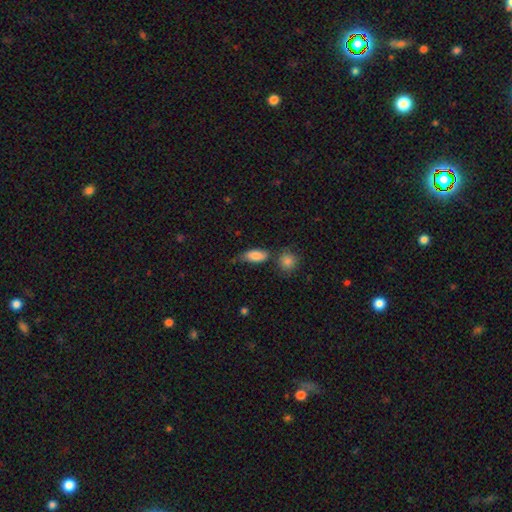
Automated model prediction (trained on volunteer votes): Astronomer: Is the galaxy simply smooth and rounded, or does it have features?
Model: smooth — 83%.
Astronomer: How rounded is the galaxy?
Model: in between — 82%.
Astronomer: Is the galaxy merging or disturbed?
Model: none — 58%.